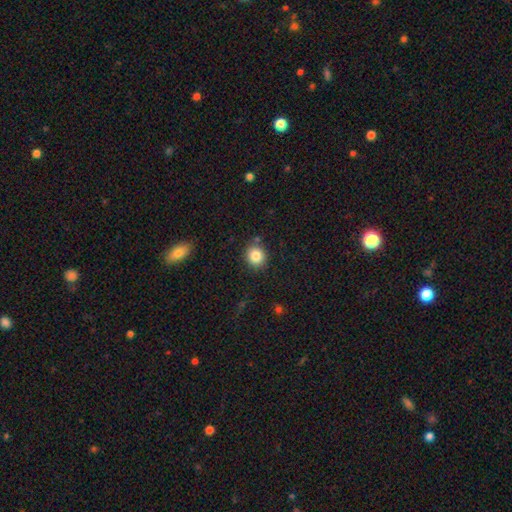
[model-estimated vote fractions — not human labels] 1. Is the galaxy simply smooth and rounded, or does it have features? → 84% smooth, 10% star or artifact, 6% featured or disk.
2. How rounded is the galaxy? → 82% round, 17% in between, 1% cigar-shaped.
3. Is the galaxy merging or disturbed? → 84% none, 9% minor disturbance, 4% merger, 3% major disturbance.